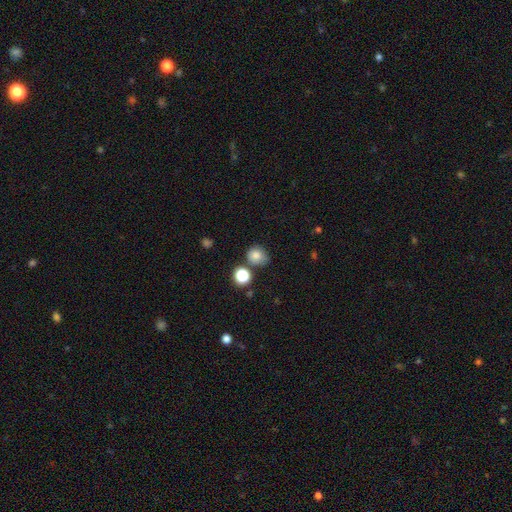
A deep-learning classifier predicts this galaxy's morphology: Smooth or featured: smooth — 80% (star or artifact — 13%)
How rounded: round — 76% (in between — 23%)
Merging: none — 63% (minor disturbance — 20%)